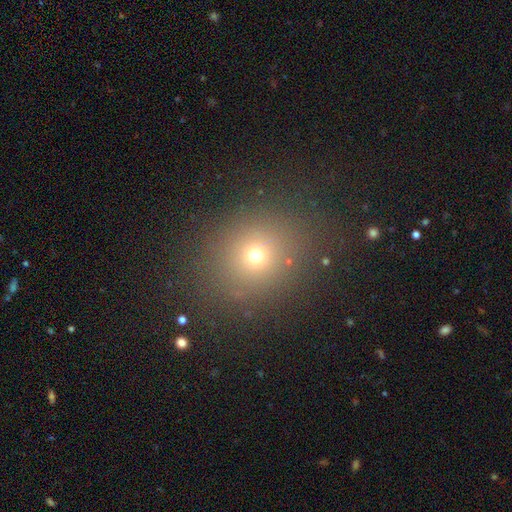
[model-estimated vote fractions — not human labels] Smooth or featured? smooth (68%)
How rounded? round (79%)
Merging? none (84%)